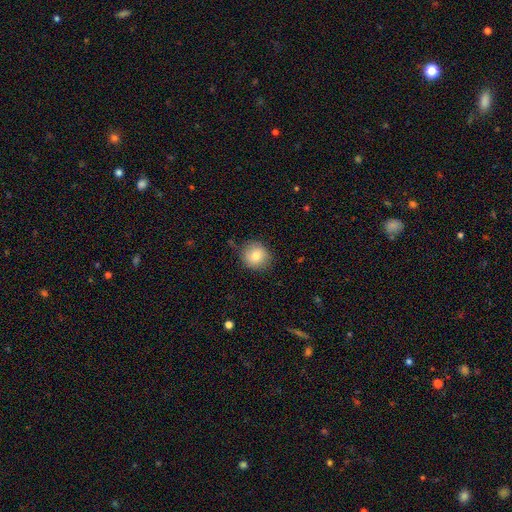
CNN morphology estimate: smooth-or-featured: smooth: 78% | featured or disk: 12% | star or artifact: 10%
  how-rounded: round: 90% | in between: 9% | cigar-shaped: 1%
  merging: none: 80% | minor disturbance: 15% | major disturbance: 3% | merger: 1%